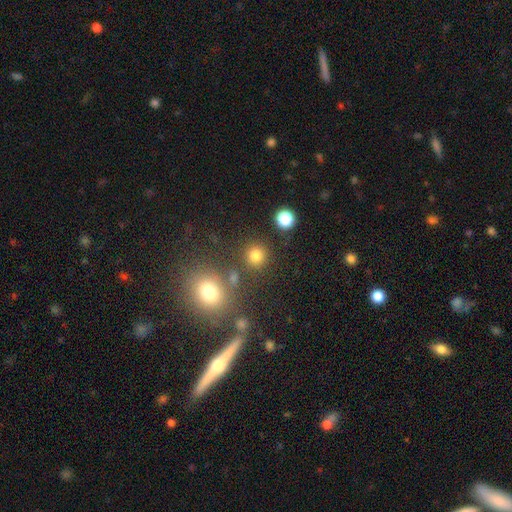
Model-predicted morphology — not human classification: A smooth galaxy with no disk features (79%) that is round (91%). Merging: none (83%).